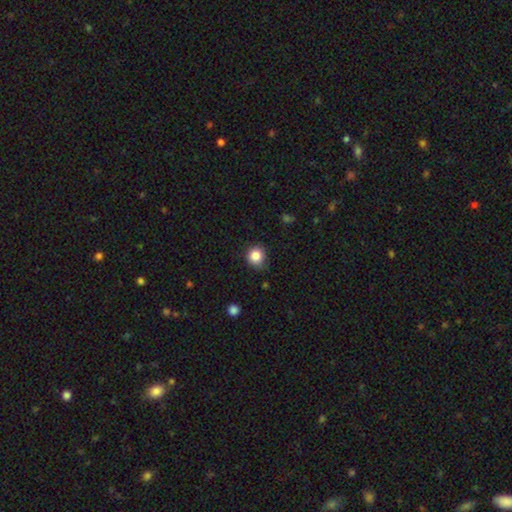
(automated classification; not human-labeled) Smooth or featured: smooth — 84% (star or artifact — 11%)
How rounded: round — 87% (in between — 12%)
Merging: none — 78% (minor disturbance — 17%)